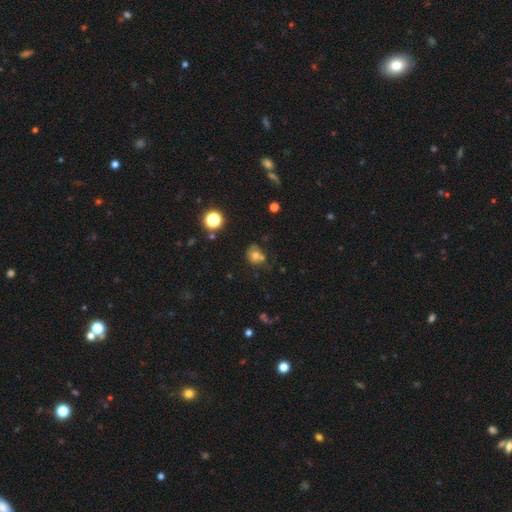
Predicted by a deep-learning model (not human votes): smooth-or-featured: smooth: 67% | featured or disk: 17% | star or artifact: 16%
  how-rounded: round: 67% | in between: 32% | cigar-shaped: 1%
  merging: none: 44% | merger: 25% | minor disturbance: 22% | major disturbance: 9%